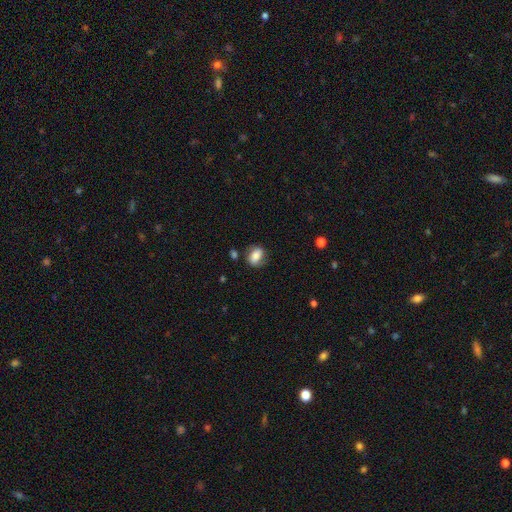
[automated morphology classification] Smooth or featured? Predicted: smooth (p=0.74). How rounded? Predicted: in between (p=0.71). Merging? Predicted: none (p=0.71).